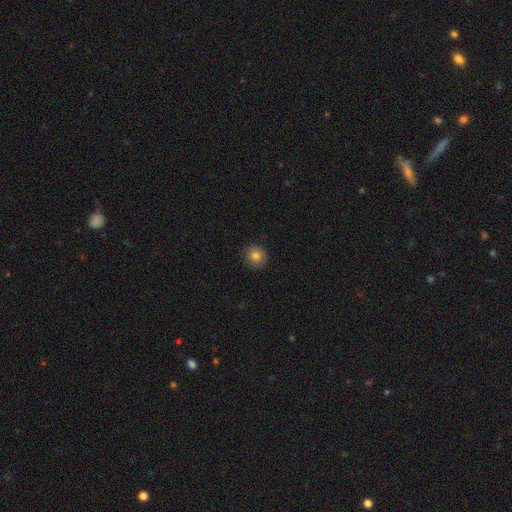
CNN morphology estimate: smooth-or-featured: smooth: 80% | star or artifact: 11% | featured or disk: 9%
  how-rounded: round: 89% | in between: 10% | cigar-shaped: 1%
  merging: none: 89% | minor disturbance: 8% | major disturbance: 2% | merger: 1%